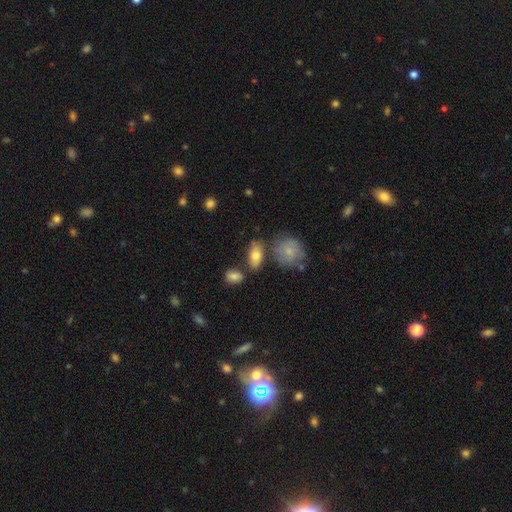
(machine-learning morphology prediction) A smooth galaxy with no disk features (77%) that is in between round and cigar-shaped (86%). Merging: none (67%).